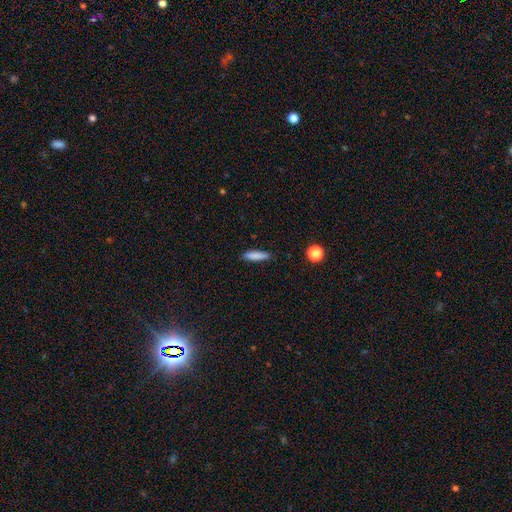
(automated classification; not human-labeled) This is clearly a smooth galaxy (84%). How rounded: likely cigar-shaped (76%). Merging: clearly none (87%).